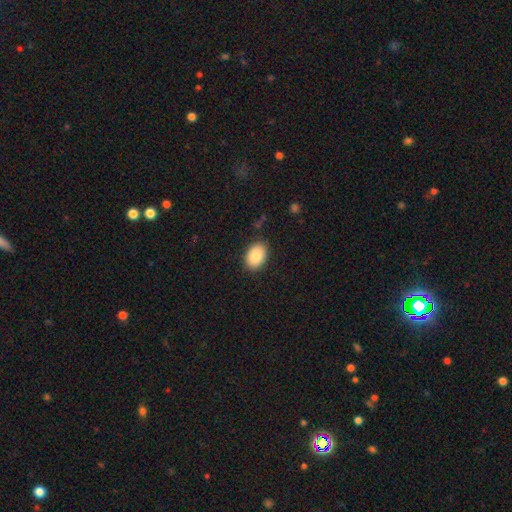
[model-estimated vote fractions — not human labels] smooth_or_featured: smooth (p=0.88) [alt: star or artifact p=0.07]
how_rounded: in between (p=0.85) [alt: round p=0.14]
merging: none (p=0.86) [alt: minor disturbance p=0.10]